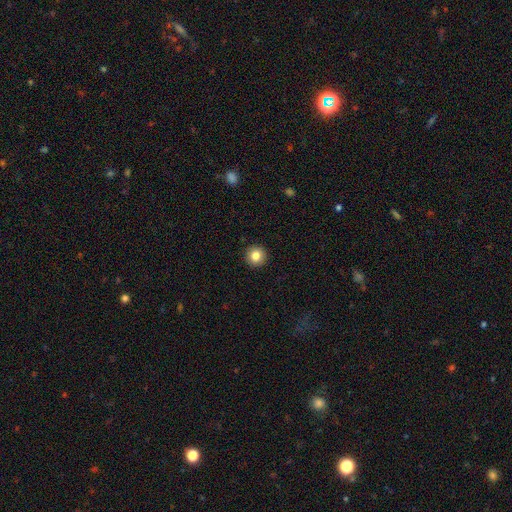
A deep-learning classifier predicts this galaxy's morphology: smooth 84%, star or artifact 9%, featured or disk 7%. Down the decision tree: how rounded — round (95%); merging — none (93%).